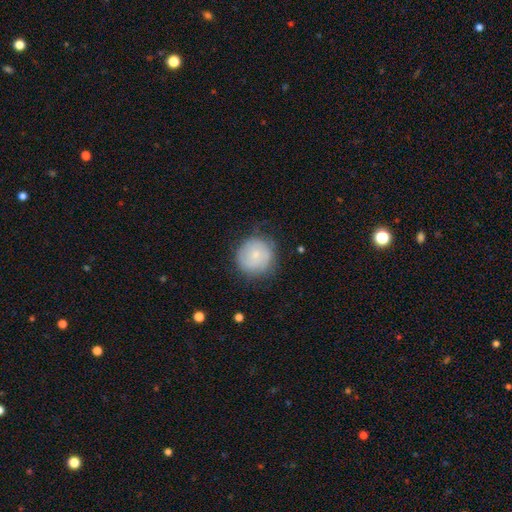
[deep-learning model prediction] Smooth or featured: smooth — 61% (featured or disk — 32%)
How rounded: round — 92% (in between — 7%)
Merging: none — 74% (minor disturbance — 19%)